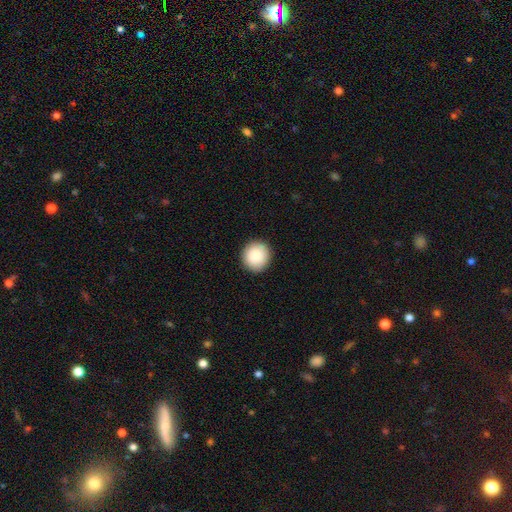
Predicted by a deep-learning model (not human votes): A smooth galaxy with no disk features (88%) that is round (93%).

Vote fractions:
- Smooth or featured? smooth: 88% / star or artifact: 7% / featured or disk: 5%
- How rounded? round: 93% / in between: 6% / cigar-shaped: 1%
- Merging? none: 92% / minor disturbance: 6% / major disturbance: 2% / merger: 1%